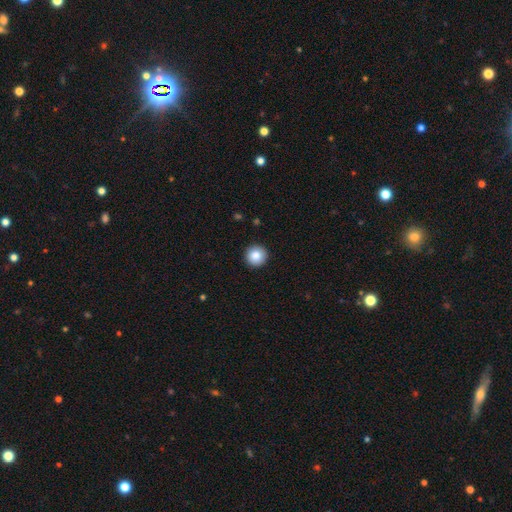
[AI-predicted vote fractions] Morphology: type=smooth (86%); roundness=round (96%); merging=none (93%).